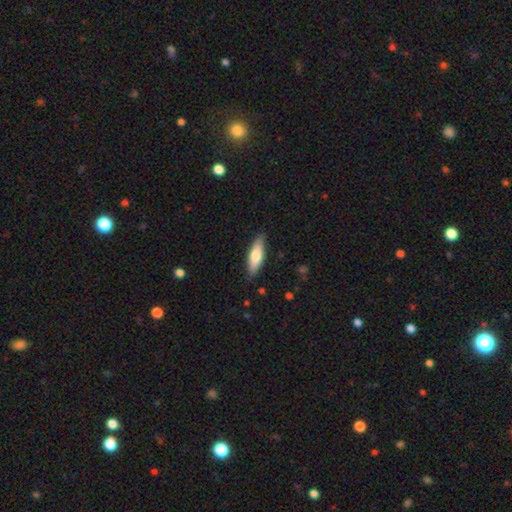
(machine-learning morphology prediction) smooth 67%, featured or disk 28%, star or artifact 5%. Down the decision tree: how rounded — cigar-shaped (54%); merging — none (86%).